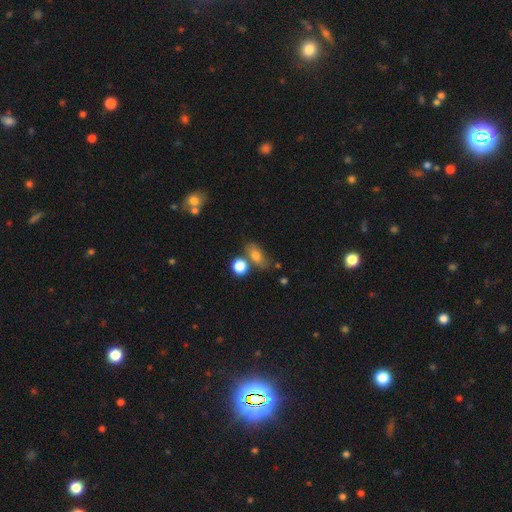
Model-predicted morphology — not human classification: A smooth galaxy with no disk features (74%) that is in between round and cigar-shaped (75%).

Vote fractions:
- Smooth or featured? smooth: 74% / featured or disk: 14% / star or artifact: 11%
- How rounded? in between: 75% / round: 16% / cigar-shaped: 9%
- Merging? none: 60% / merger: 19% / minor disturbance: 16% / major disturbance: 6%